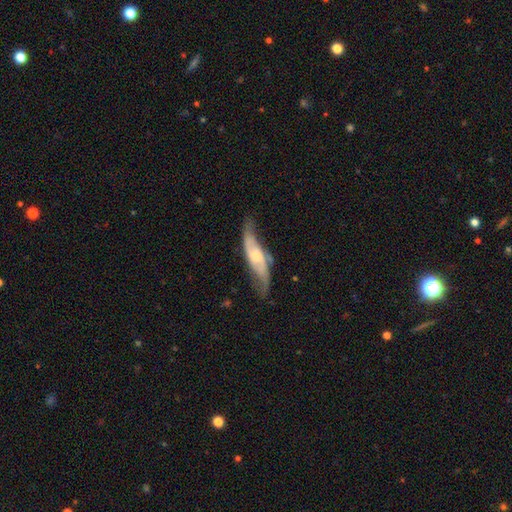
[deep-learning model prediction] Smooth or featured? featured or disk (71%)
Edge-on disk? no (76%)
Bar? no (58%)
Spiral arms? yes (89%)
Bulge size? small (46%)
Merging? none (59%)